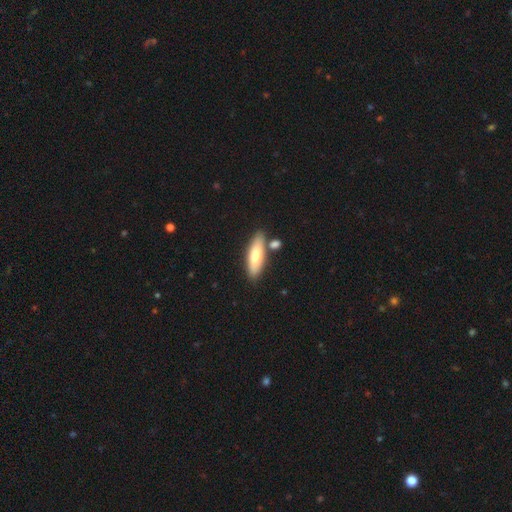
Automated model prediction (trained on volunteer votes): The model was most divided on "how rounded" (2-way tie): cigar-shaped: 49%, in between: 49%, round: 2%. More confident: merging — none (74%); smooth or featured — smooth (72%).